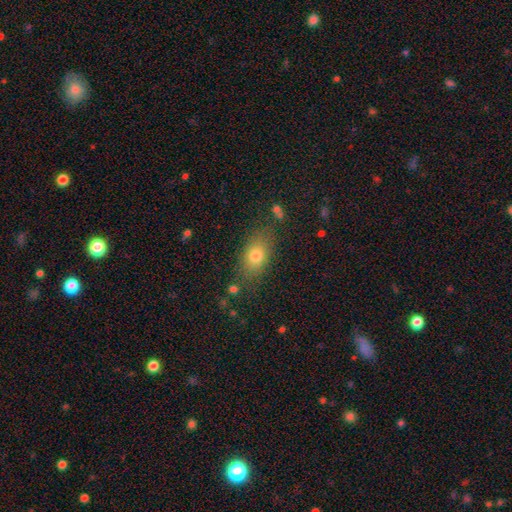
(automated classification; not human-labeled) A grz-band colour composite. It shows a smooth galaxy with no disk features (77%) that is in between round and cigar-shaped (80%). Merging: none (79%).